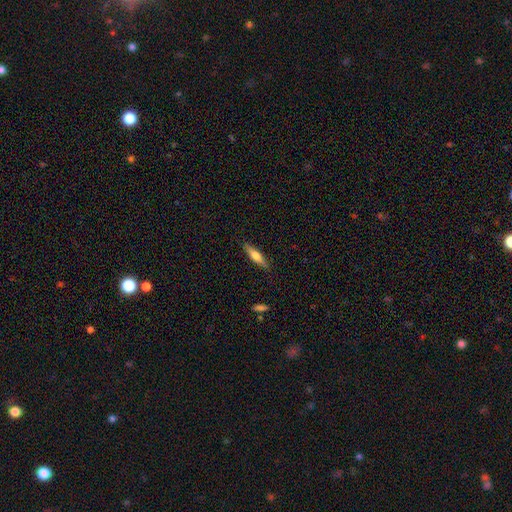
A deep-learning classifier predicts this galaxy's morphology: Smooth or featured: smooth — 56% (featured or disk — 38%)
How rounded: cigar-shaped — 76% (in between — 22%)
Merging: none — 87% (minor disturbance — 10%)